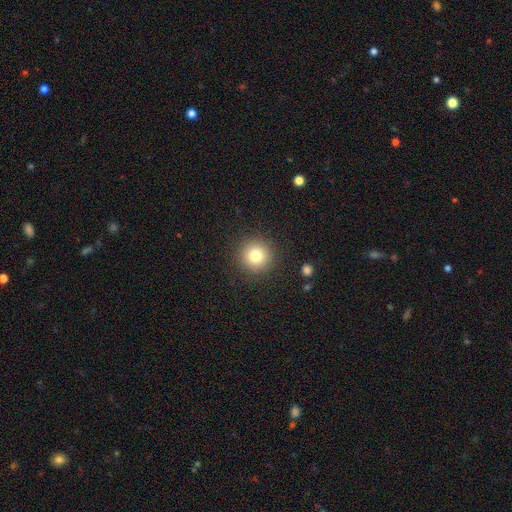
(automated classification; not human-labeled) Smooth or featured: smooth — 79% (star or artifact — 12%)
How rounded: round — 95% (in between — 4%)
Merging: none — 90% (minor disturbance — 6%)